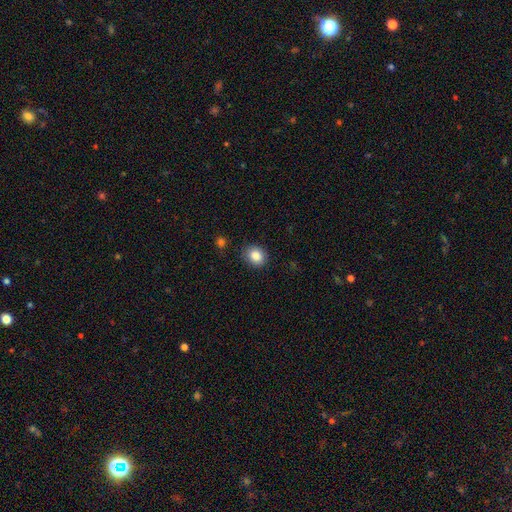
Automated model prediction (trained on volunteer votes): Q: Smooth or featured?
A: smooth (86%); runner-up: star or artifact (9%)
Q: How rounded?
A: round (59%); runner-up: in between (40%)
Q: Merging?
A: none (85%); runner-up: minor disturbance (11%)